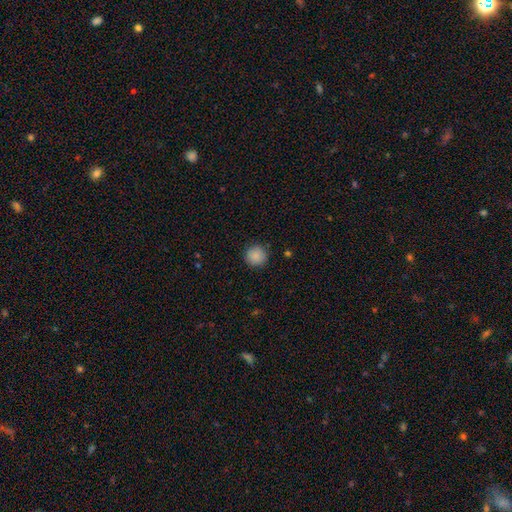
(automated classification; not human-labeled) A smooth galaxy with no disk features (88%) that is round (94%). Merging: none (90%).